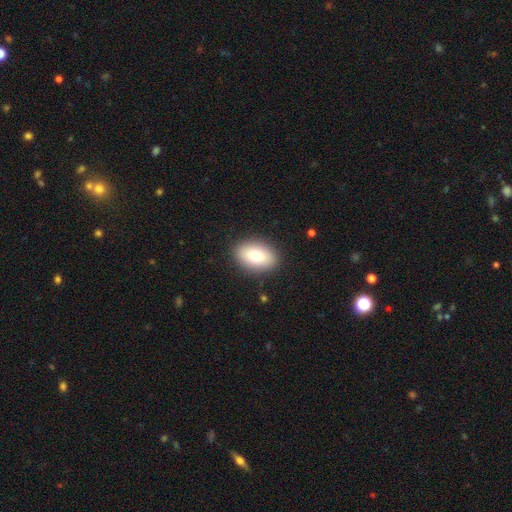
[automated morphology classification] Smooth or featured? smooth (78%)
How rounded? in between (85%)
Merging? none (88%)